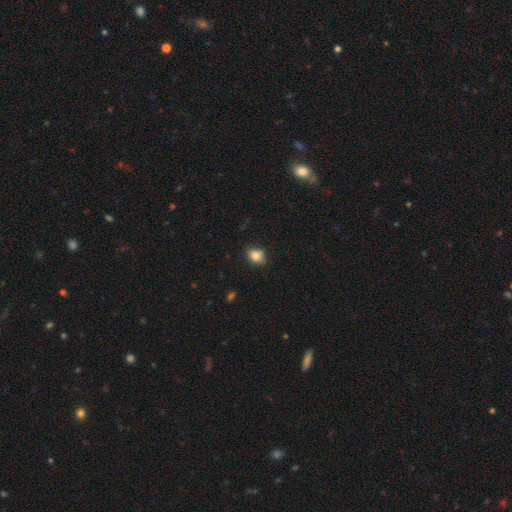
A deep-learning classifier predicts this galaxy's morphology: Smooth or featured: smooth — 78% (featured or disk — 12%)
How rounded: in between — 65% (round — 33%)
Merging: none — 70% (minor disturbance — 21%)